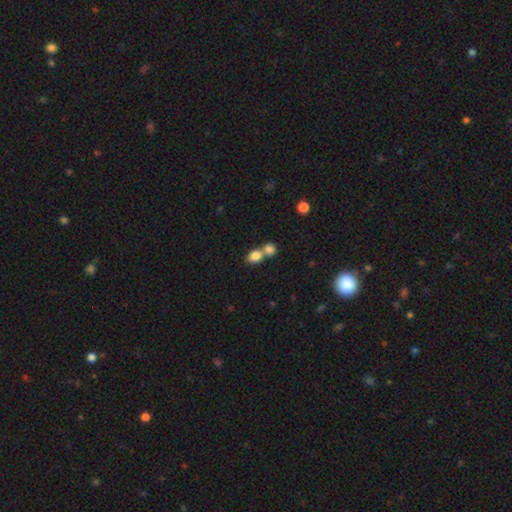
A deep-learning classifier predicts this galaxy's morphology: Smooth or featured?
  - smooth: 83% *
  - star or artifact: 9%
  - featured or disk: 8%
How rounded?
  - in between: 53% *
  - round: 46%
  - cigar-shaped: 2%
Merging?
  - merger: 60% *
  - none: 32%
  - minor disturbance: 6%
  - major disturbance: 3%